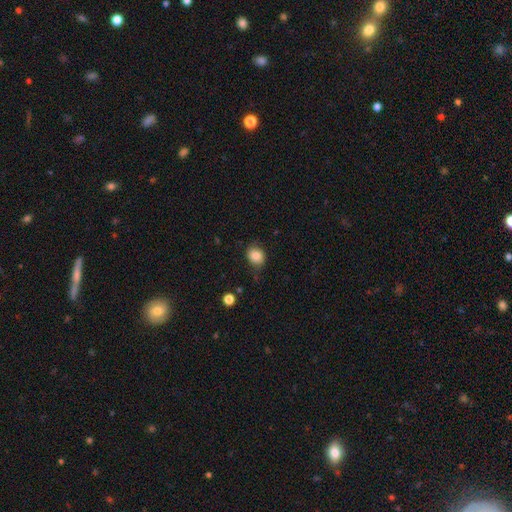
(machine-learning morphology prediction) A smooth galaxy with no disk features (84%) that is round (60%). Merging: none (75%).